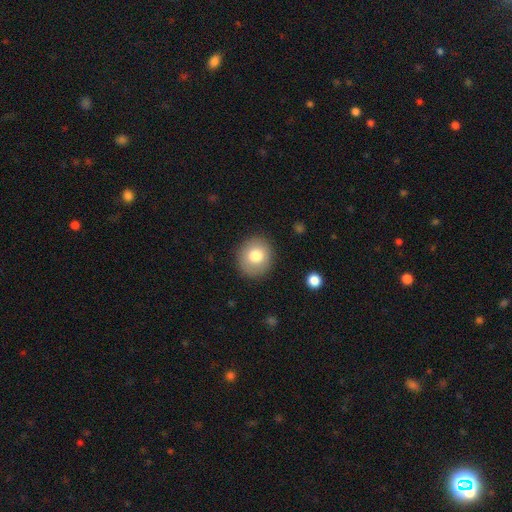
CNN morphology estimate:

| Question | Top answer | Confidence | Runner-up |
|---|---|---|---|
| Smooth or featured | smooth | 78% | featured or disk (13%) |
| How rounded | round | 84% | in between (15%) |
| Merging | none | 88% | minor disturbance (8%) |